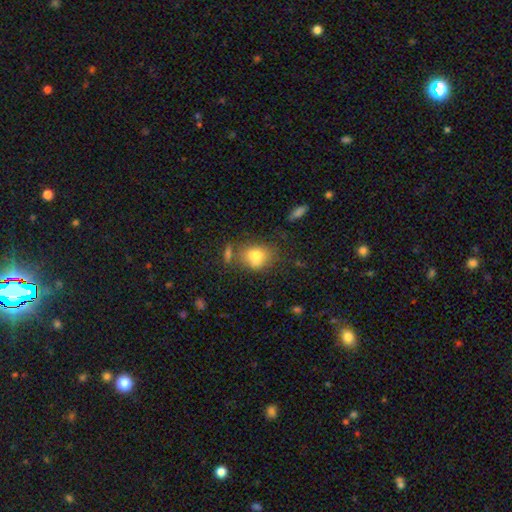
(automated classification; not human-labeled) Overall: smooth (75%). How rounded: in between (52%; round 47%). Merging: none (49%; minor disturbance 22%).